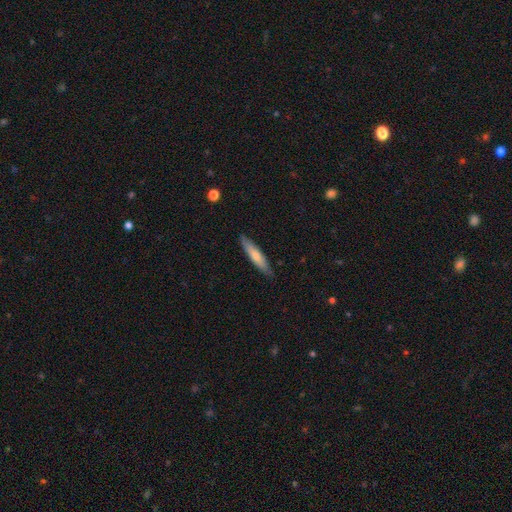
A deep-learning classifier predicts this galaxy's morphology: smooth-or-featured: smooth: 63% | featured or disk: 31% | star or artifact: 5%
  how-rounded: cigar-shaped: 85% | in between: 13% | round: 1%
  merging: none: 87% | minor disturbance: 10% | major disturbance: 2% | merger: 1%